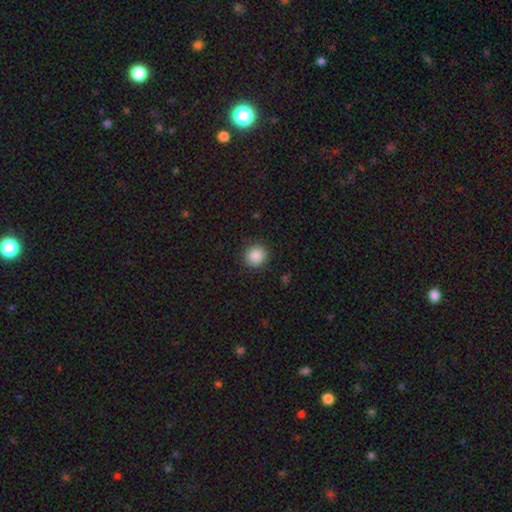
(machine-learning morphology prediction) A smooth galaxy with no disk features (88%) that is round (93%). Merging: none (90%).